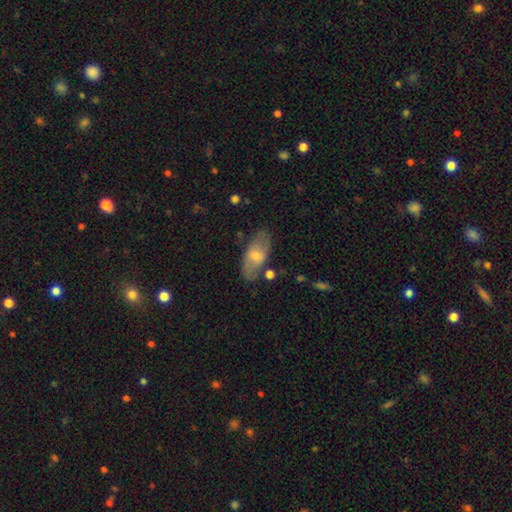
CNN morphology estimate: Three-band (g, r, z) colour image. It shows a smooth galaxy with no disk features (56%) that is in between round and cigar-shaped (88%). Merging: none (74%).